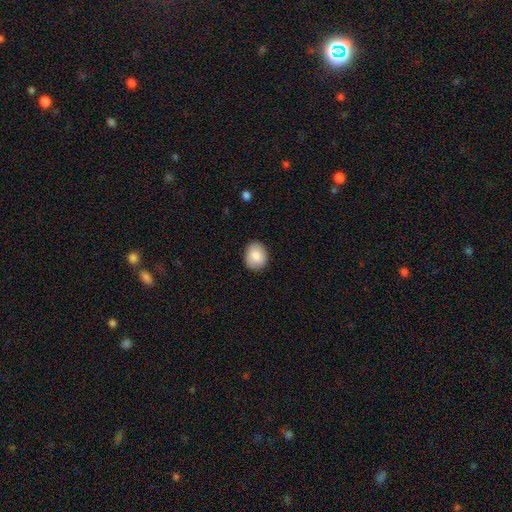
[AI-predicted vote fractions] Smooth or featured?
  - smooth: 87% *
  - star or artifact: 7%
  - featured or disk: 6%
How rounded?
  - round: 50% *
  - in between: 49%
  - cigar-shaped: 1%
Merging?
  - none: 88% *
  - minor disturbance: 9%
  - major disturbance: 2%
  - merger: 1%